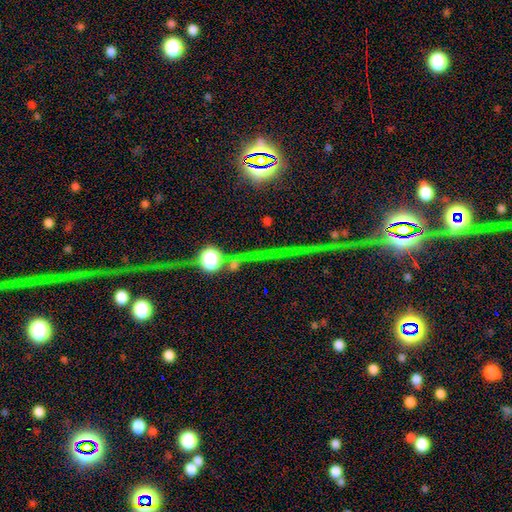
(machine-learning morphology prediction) smooth-or-featured: star or artifact: 75% | featured or disk: 13% | smooth: 12%